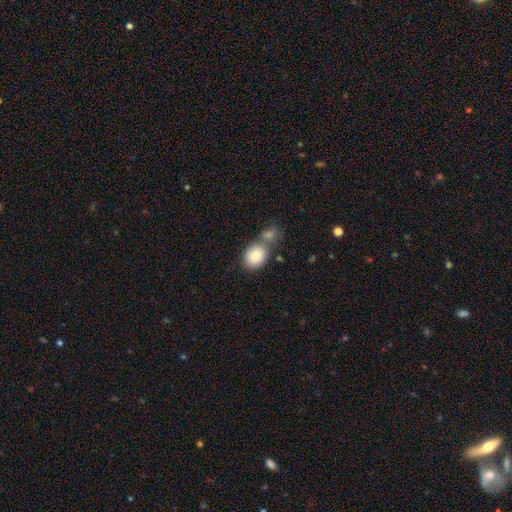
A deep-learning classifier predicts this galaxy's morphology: Smooth or featured: smooth — 85% (featured or disk — 8%)
How rounded: round — 50% (in between — 49%)
Merging: none — 46% (merger — 38%)